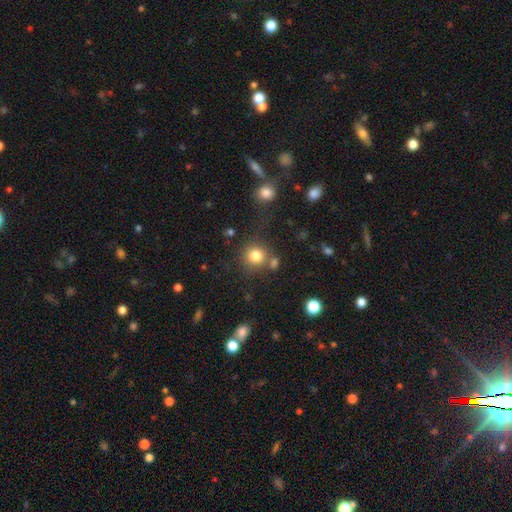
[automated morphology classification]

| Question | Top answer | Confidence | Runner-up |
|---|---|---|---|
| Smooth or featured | smooth | 81% | star or artifact (13%) |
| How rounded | round | 90% | in between (9%) |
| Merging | none | 71% | merger (14%) |